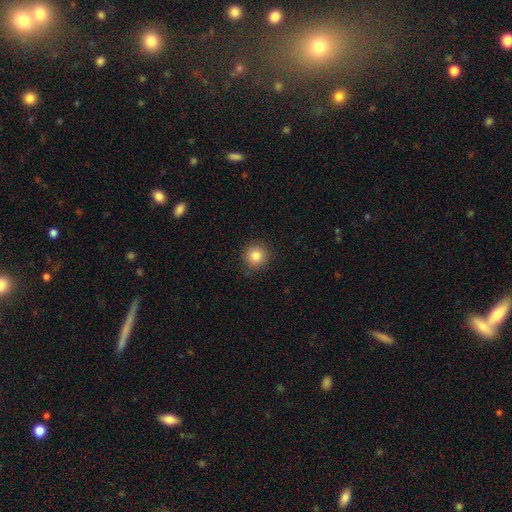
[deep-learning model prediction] Smooth or featured?
  - smooth: 84% *
  - star or artifact: 10%
  - featured or disk: 6%
How rounded?
  - round: 92% *
  - in between: 7%
  - cigar-shaped: 1%
Merging?
  - none: 89% *
  - minor disturbance: 7%
  - major disturbance: 2%
  - merger: 1%